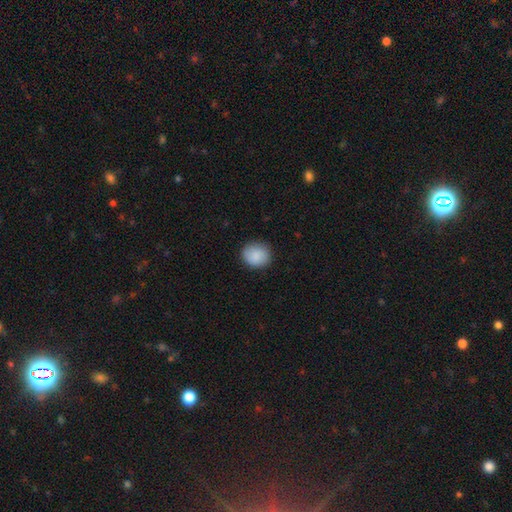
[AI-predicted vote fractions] Smooth or featured?
  - smooth: 87% *
  - star or artifact: 7%
  - featured or disk: 6%
How rounded?
  - round: 79% *
  - in between: 20%
  - cigar-shaped: 1%
Merging?
  - none: 86% *
  - minor disturbance: 10%
  - major disturbance: 2%
  - merger: 1%